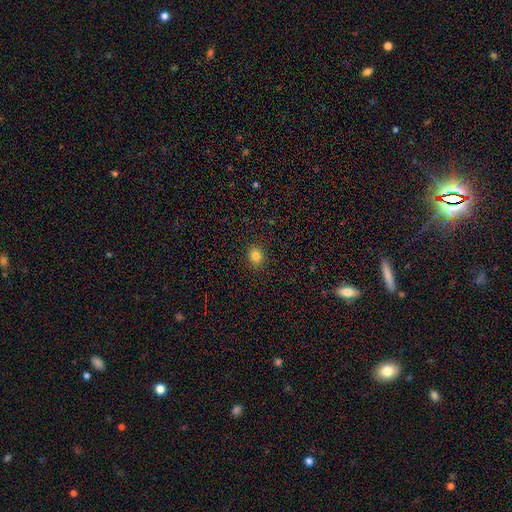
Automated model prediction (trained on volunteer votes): This is clearly a smooth galaxy (82%). How rounded: likely round (63%). Merging: clearly none (90%).